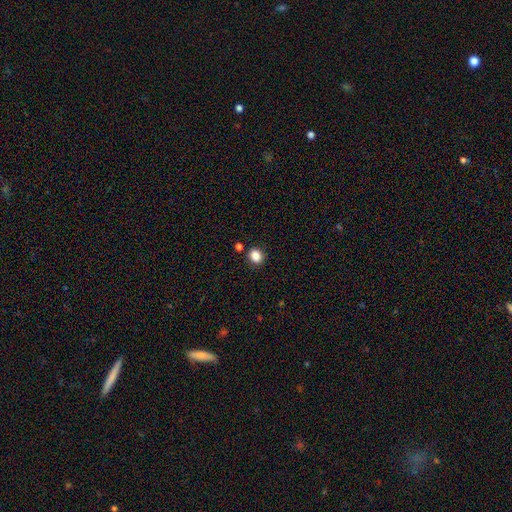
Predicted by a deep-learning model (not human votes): smooth_or_featured: smooth (p=0.86) [alt: star or artifact p=0.10]
how_rounded: round (p=0.61) [alt: in between p=0.38]
merging: none (p=0.85) [alt: minor disturbance p=0.08]